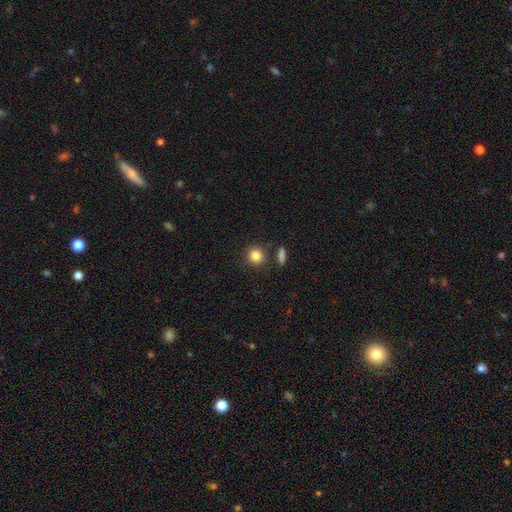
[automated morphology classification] A smooth galaxy with no disk features (85%) that is round (90%). Merging: none (84%).